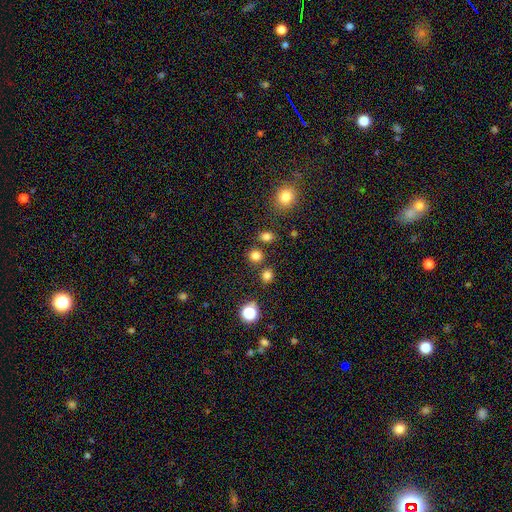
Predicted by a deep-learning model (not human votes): The model was most divided on "smooth or featured": smooth: 79%, star or artifact: 17%, featured or disk: 5%. More confident: how rounded — round (82%); merging — none (78%).